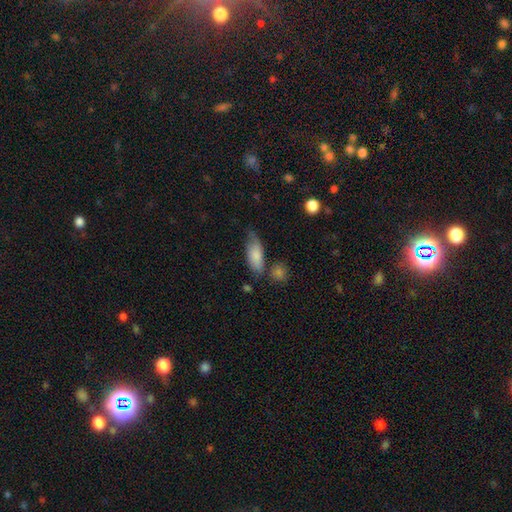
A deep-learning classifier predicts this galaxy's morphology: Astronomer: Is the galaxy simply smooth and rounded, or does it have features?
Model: smooth — 81%.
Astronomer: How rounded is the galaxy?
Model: in between — 79%.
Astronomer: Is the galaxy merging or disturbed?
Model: none — 52% (runner-up: minor disturbance, 30%).